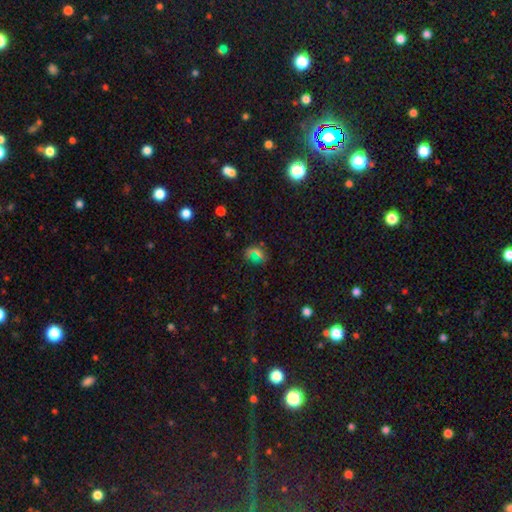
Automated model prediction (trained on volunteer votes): smooth-or-featured: smooth: 48% | star or artifact: 39% | featured or disk: 13%
  merging: none: 70% | minor disturbance: 16% | major disturbance: 9% | merger: 5%